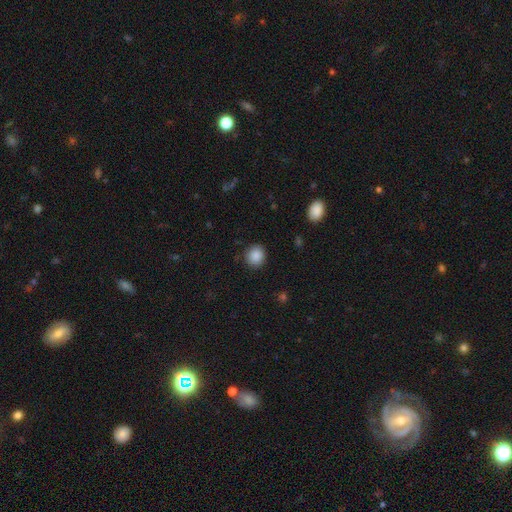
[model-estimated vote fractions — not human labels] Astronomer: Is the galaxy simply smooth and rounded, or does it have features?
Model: smooth — 88%.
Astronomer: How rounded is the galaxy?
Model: round — 85%.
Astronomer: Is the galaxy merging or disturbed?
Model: none — 88%.